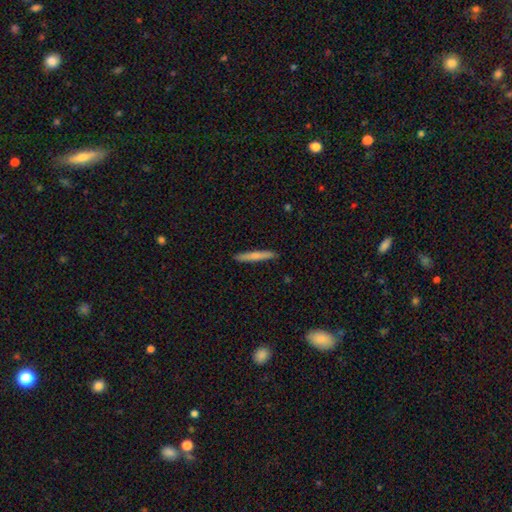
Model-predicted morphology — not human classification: This is likely a smooth galaxy (70%). How rounded: clearly cigar-shaped (96%). Merging: clearly none (91%).